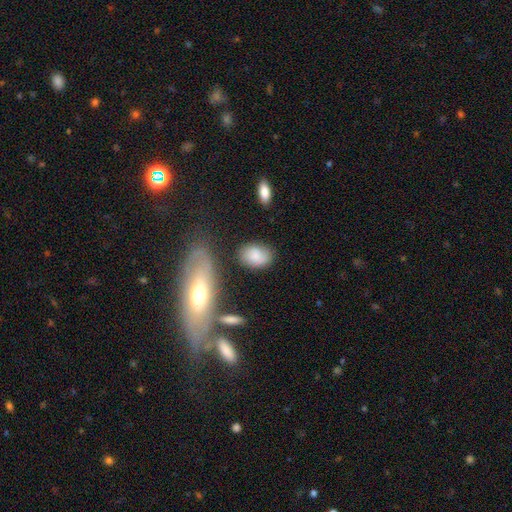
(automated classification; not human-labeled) This appears to be a smooth galaxy with no disk features (80%) that is in between round and cigar-shaped (82%). Merging: none (73%).